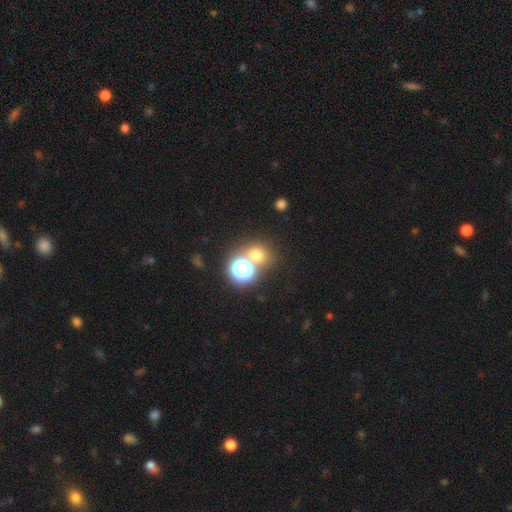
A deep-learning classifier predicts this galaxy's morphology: A smooth galaxy with no disk features (62%) that is round (83%).

Vote fractions:
- Smooth or featured? smooth: 62% / star or artifact: 30% / featured or disk: 8%
- How rounded? round: 83% / in between: 16% / cigar-shaped: 1%
- Merging? none: 64% / merger: 25% / minor disturbance: 8% / major disturbance: 4%